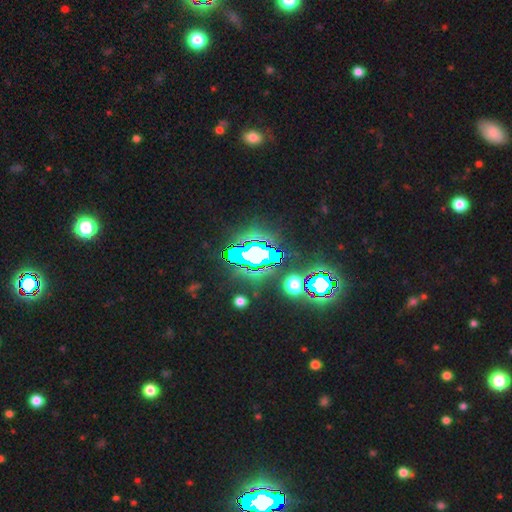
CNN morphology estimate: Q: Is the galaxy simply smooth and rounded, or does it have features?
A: star or artifact — 66%.